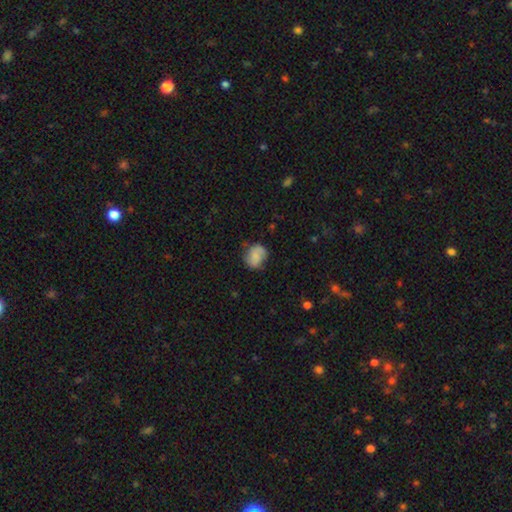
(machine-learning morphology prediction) type=smooth (67%); roundness=round (54%); merging=none (60%).